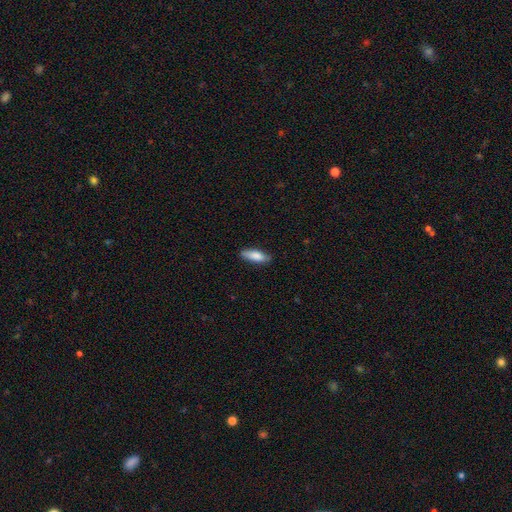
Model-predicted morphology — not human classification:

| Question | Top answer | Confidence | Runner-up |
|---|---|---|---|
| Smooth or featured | smooth | 83% | featured or disk (11%) |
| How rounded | in between | 62% | cigar-shaped (36%) |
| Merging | none | 82% | minor disturbance (14%) |